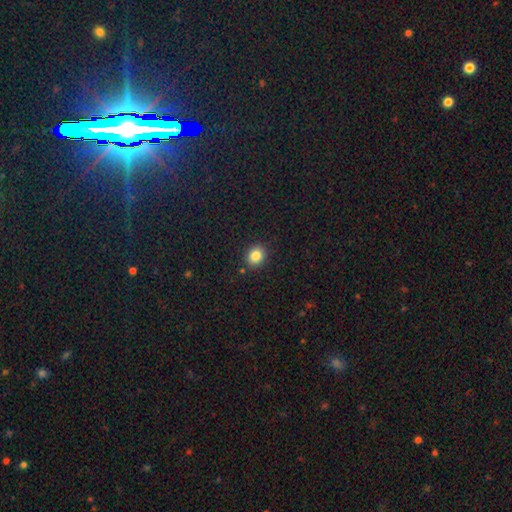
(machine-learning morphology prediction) smooth-or-featured: smooth: 84% | star or artifact: 11% | featured or disk: 5%
  how-rounded: round: 65% | in between: 34% | cigar-shaped: 1%
  merging: none: 88% | minor disturbance: 8% | major disturbance: 2% | merger: 2%